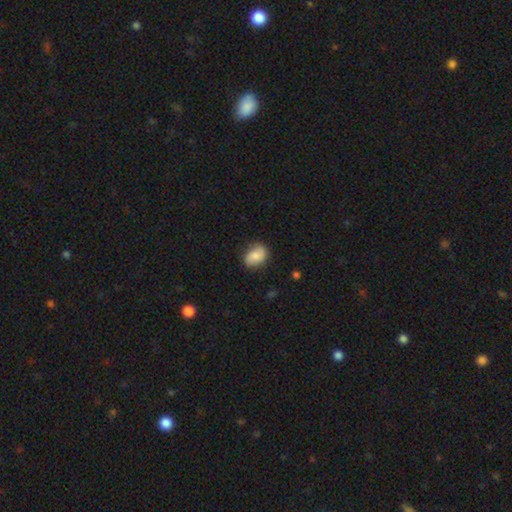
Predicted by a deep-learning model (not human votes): Morphology: type=smooth (70%); roundness=in between (68%); merging=none (76%).